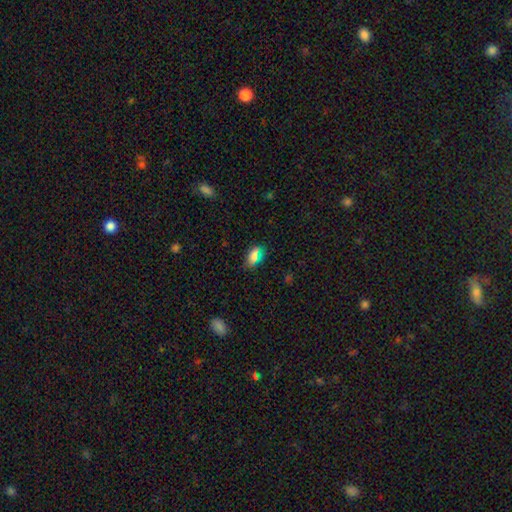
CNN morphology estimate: A smooth galaxy with no disk features (73%) that is in between round and cigar-shaped (85%). Merging: none (81%).